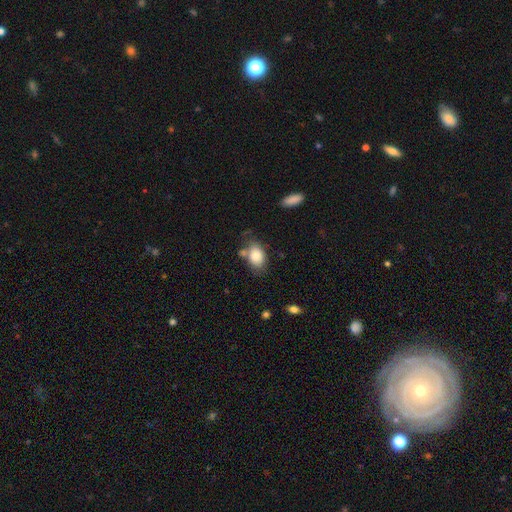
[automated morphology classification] type=smooth (83%); roundness=in between (83%); merging=none (58%).